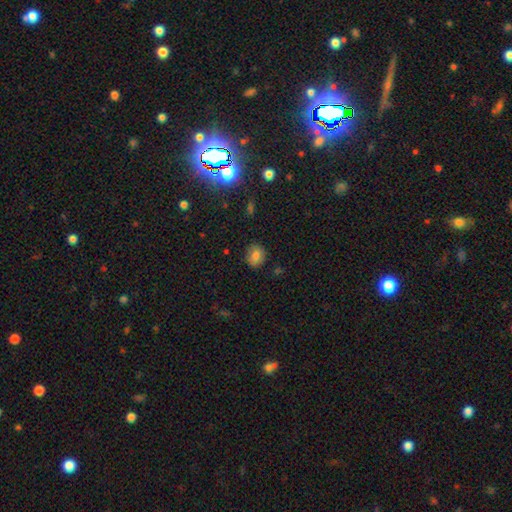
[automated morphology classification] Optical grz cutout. It shows a smooth galaxy with no disk features (77%) that is round (70%). Merging: none (84%).